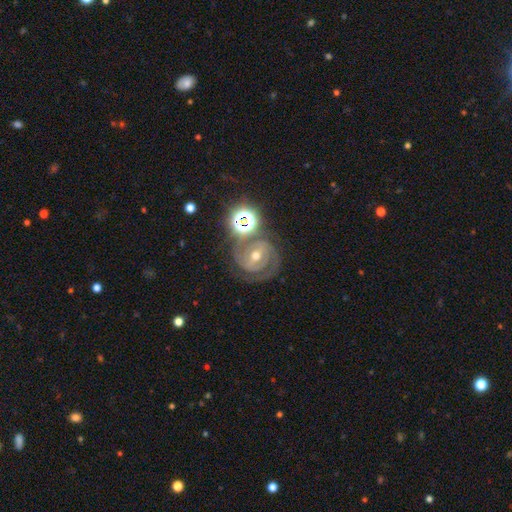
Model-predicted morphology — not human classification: Smooth or featured?
  - featured or disk: 77% *
  - star or artifact: 13%
  - smooth: 9%
Edge-on disk?
  - no: 97% *
  - yes: 3%
Bar?
  - weak: 41% *
  - no: 32%
  - strong: 27%
Spiral arms?
  - yes: 95% *
  - no: 5%
Spiral winding?
  - tight: 63% *
  - medium: 31%
  - loose: 5%
Spiral arm count?
  - 2: 68% *
  - 3: 12%
  - can't tell: 11%
  - 1: 4%
  - 4: 2%
  - more than 4: 2%
Bulge size?
  - moderate: 66% *
  - small: 29%
  - large: 3%
  - none: 1%
  - dominant: 1%
Merging?
  - none: 67% *
  - minor disturbance: 14%
  - merger: 11%
  - major disturbance: 8%